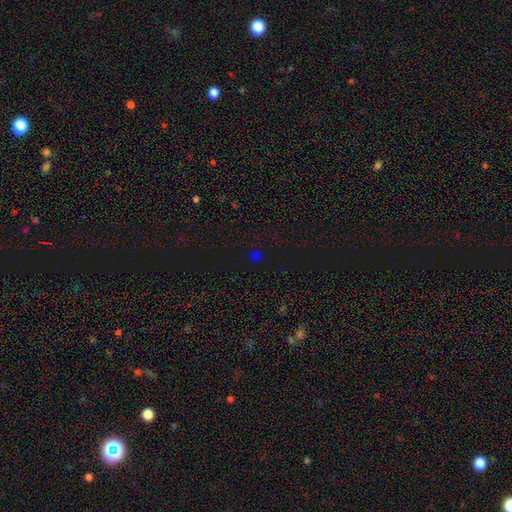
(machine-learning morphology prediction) smooth 52%, star or artifact 42%, featured or disk 5%. Down the decision tree: how rounded — round (89%); merging — none (86%).